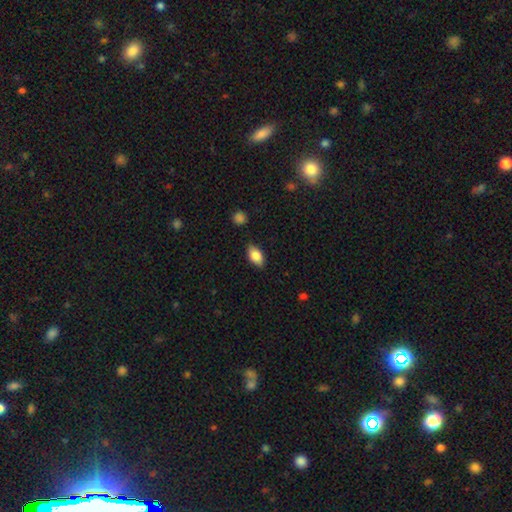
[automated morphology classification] The model was most divided on "smooth or featured": smooth: 81%, featured or disk: 12%, star or artifact: 7%. More confident: how rounded — in between (89%); merging — none (84%).